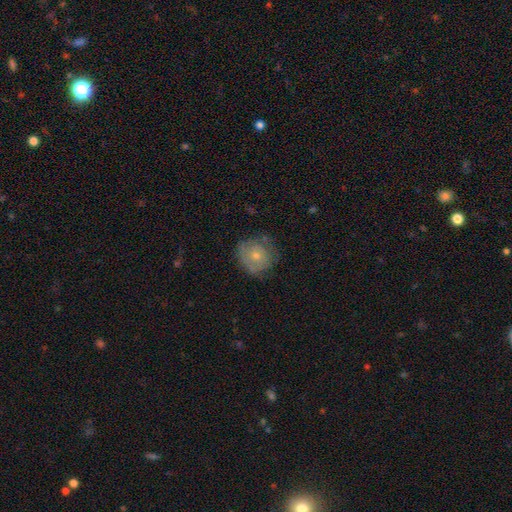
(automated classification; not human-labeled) The model was most divided on "smooth or featured": smooth: 66%, featured or disk: 26%, star or artifact: 8%. More confident: how rounded — round (86%); merging — none (65%).